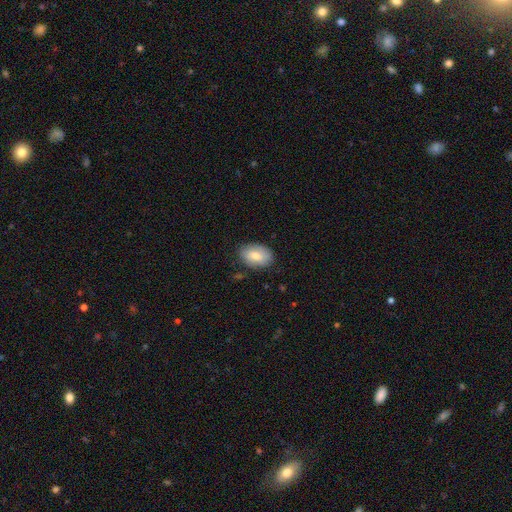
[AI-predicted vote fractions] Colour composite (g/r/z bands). It shows a smooth galaxy with no disk features (78%) that is in between round and cigar-shaped (86%). Merging: none (80%).